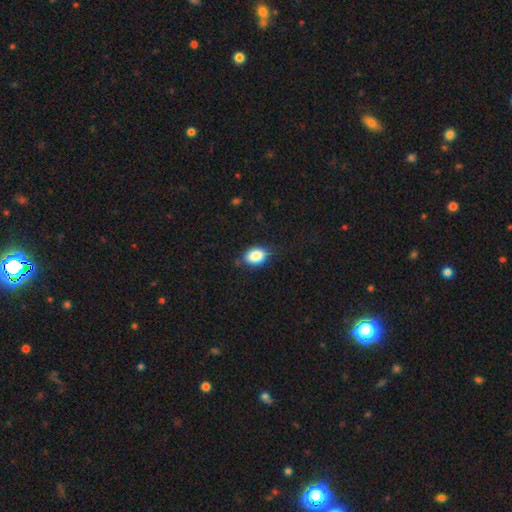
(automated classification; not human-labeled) Morphology: type=smooth (85%); roundness=in between (77%); merging=none (74%).